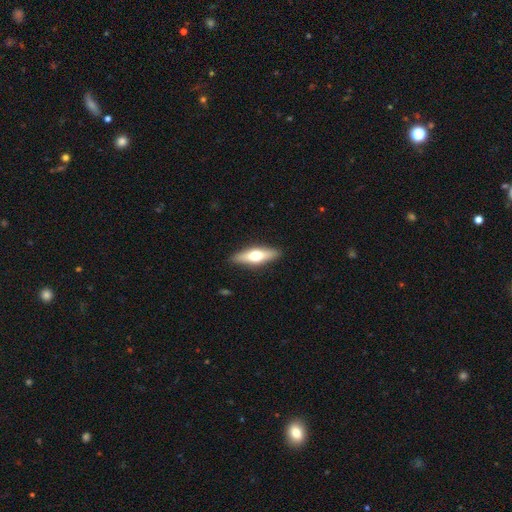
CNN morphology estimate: A smooth galaxy with no disk features (49%). Merging: none (89%).